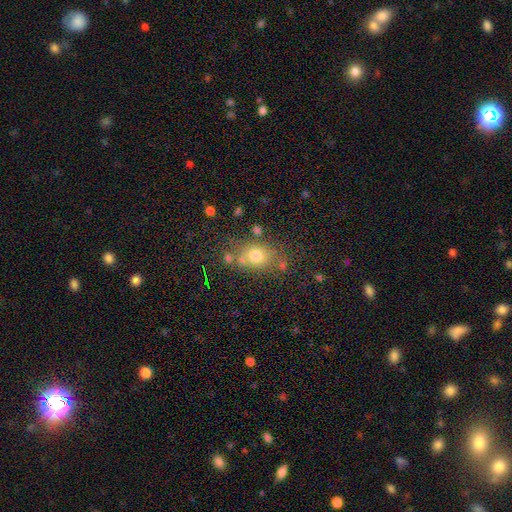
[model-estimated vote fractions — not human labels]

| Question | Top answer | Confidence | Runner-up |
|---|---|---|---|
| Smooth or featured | smooth | 71% | star or artifact (15%) |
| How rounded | in between | 52% | round (47%) |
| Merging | none | 68% | minor disturbance (15%) |